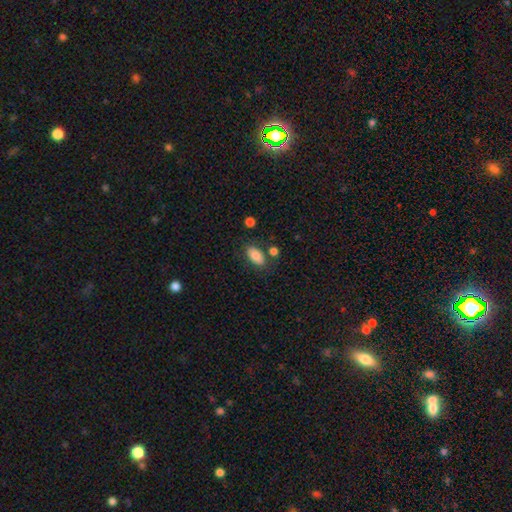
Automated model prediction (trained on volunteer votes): smooth 81%, featured or disk 11%, star or artifact 8%. Down the decision tree: how rounded — in between (92%); merging — none (75%).